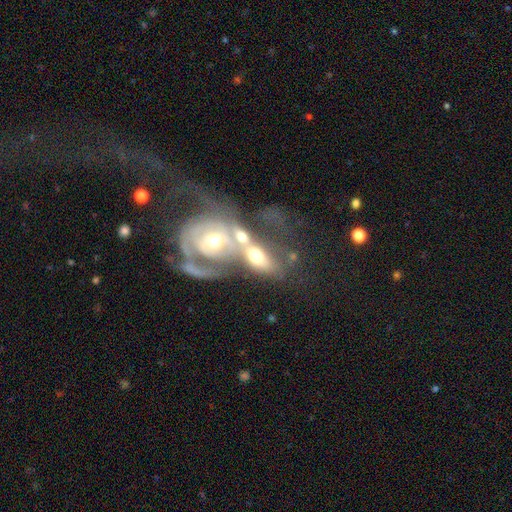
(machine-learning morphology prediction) Smooth or featured? Predicted: featured or disk (p=0.56). Edge-on disk? Predicted: no (p=0.91). Bar? Predicted: no (p=0.73). Spiral arms? Predicted: yes (p=0.53). Bulge size? Predicted: moderate (p=0.55). Merging? Predicted: merger (p=0.68).